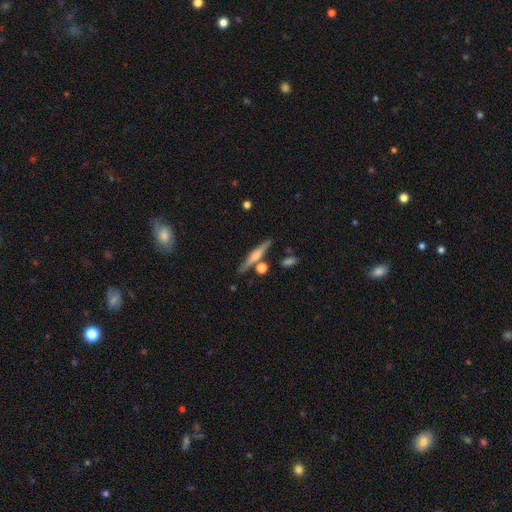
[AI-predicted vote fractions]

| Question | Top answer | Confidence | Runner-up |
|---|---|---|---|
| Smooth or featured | featured or disk | 51% | smooth (42%) |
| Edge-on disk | yes | 95% | no (5%) |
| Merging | none | 79% | minor disturbance (9%) |